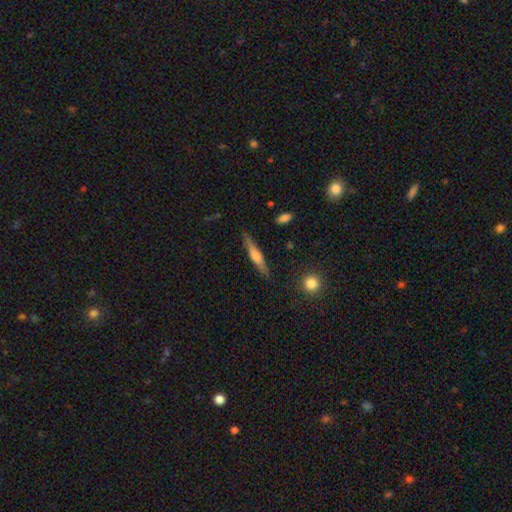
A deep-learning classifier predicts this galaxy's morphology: smooth-or-featured: featured or disk: 50% | smooth: 44% | star or artifact: 6%
  merging: none: 85% | minor disturbance: 11% | major disturbance: 2% | merger: 2%